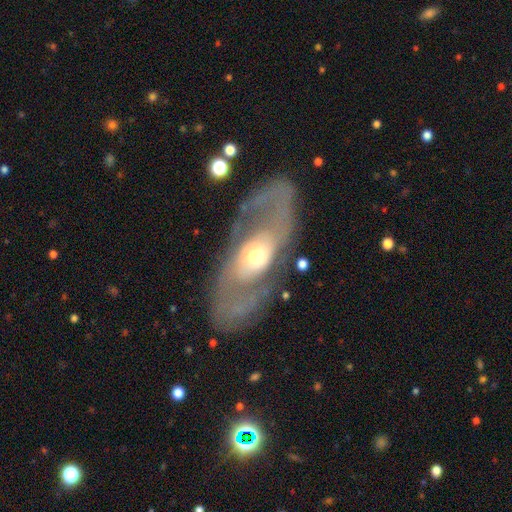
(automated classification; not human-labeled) A featured or disk galaxy (79%) with no bar (70%), 2 (82%) medium (42%) spiral arms (72%) and a moderate central bulge (56%).

Vote fractions:
- Smooth or featured? featured or disk: 79% / smooth: 15% / star or artifact: 5%
- Edge-on disk? no: 91% / yes: 9%
- Bar? no: 70% / weak: 20% / strong: 9%
- Spiral arms? yes: 72% / no: 28%
- Spiral winding? medium: 42% / tight: 30% / loose: 28%
- Spiral arm count? 2: 82% / can't tell: 11% / 1: 3% / 3: 2% / 4: 1% / more than 4: 1%
- Bulge size? moderate: 56% / small: 29% / large: 11% / dominant: 2% / none: 1%
- Merging? none: 75% / minor disturbance: 13% / major disturbance: 10% / merger: 2%